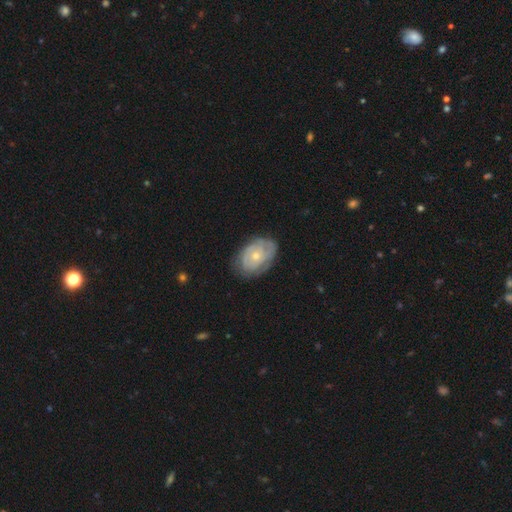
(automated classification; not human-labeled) smooth_or_featured: featured or disk (p=0.68) [alt: smooth p=0.26]
disk_edge_on: no (p=0.96) [alt: yes p=0.04]
bar: no (p=0.83) [alt: weak p=0.15]
has_spiral_arms: yes (p=0.76) [alt: no p=0.24]
spiral_winding: tight (p=0.68) [alt: medium p=0.23]
spiral_arm_count: can't tell (p=0.48) [alt: 2 p=0.28]
bulge_size: small (p=0.54) [alt: moderate p=0.42]
merging: none (p=0.71) [alt: minor disturbance p=0.22]